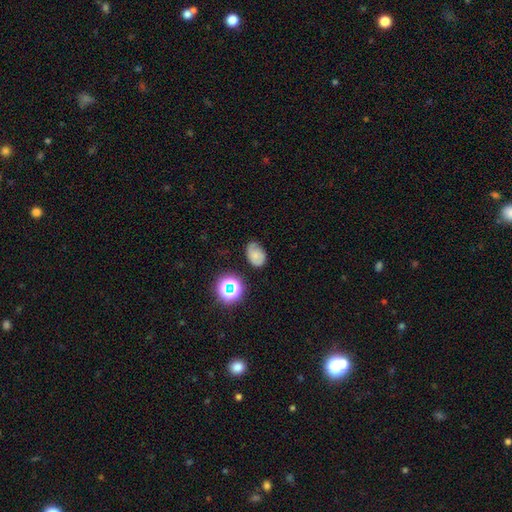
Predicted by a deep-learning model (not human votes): A smooth galaxy with no disk features (60%) that is in between round and cigar-shaped (77%). Merging: none (63%).